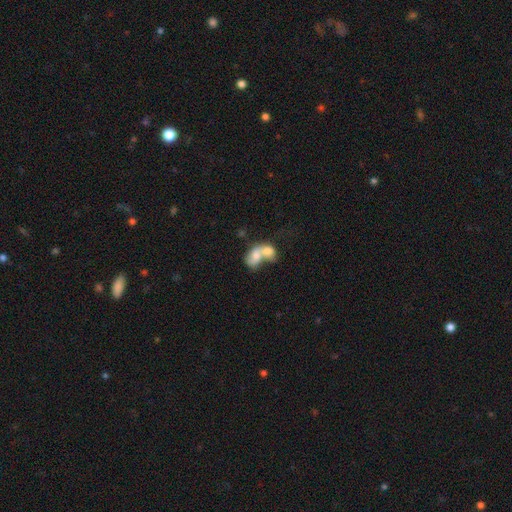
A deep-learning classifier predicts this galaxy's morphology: smooth-or-featured: smooth: 59% | featured or disk: 33% | star or artifact: 8%
  how-rounded: in between: 70% | round: 28% | cigar-shaped: 2%
  merging: merger: 81% | none: 9% | major disturbance: 5% | minor disturbance: 5%